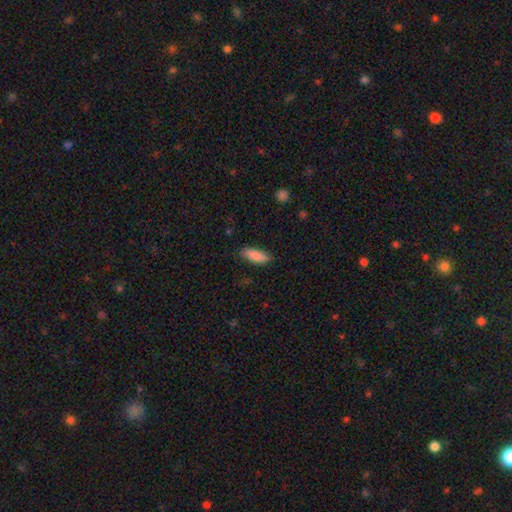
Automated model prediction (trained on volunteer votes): A smooth galaxy with no disk features (88%) that is in between round and cigar-shaped (67%).

Vote fractions:
- Smooth or featured? smooth: 88% / featured or disk: 6% / star or artifact: 6%
- How rounded? in between: 67% / cigar-shaped: 31% / round: 2%
- Merging? none: 84% / minor disturbance: 12% / major disturbance: 3% / merger: 1%